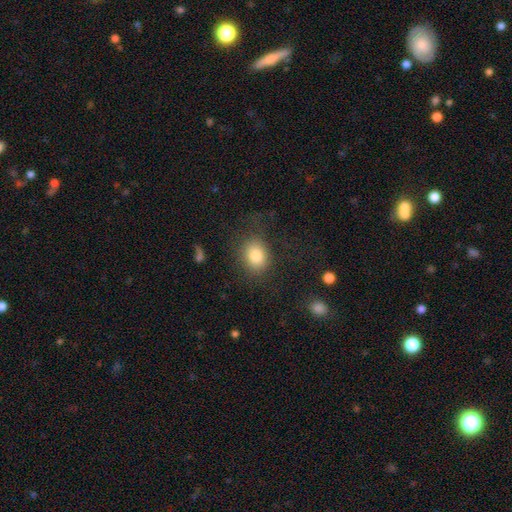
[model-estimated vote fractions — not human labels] Smooth or featured: smooth — 82% (star or artifact — 10%)
How rounded: round — 55% (in between — 44%)
Merging: none — 76% (minor disturbance — 14%)